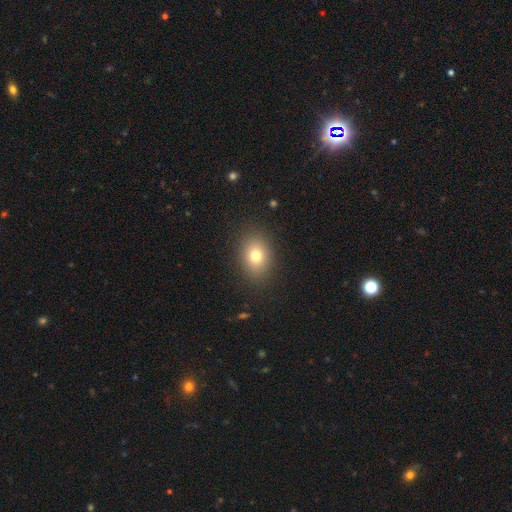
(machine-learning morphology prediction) A smooth galaxy with no disk features (77%) that is in between round and cigar-shaped (66%). Merging: none (87%).